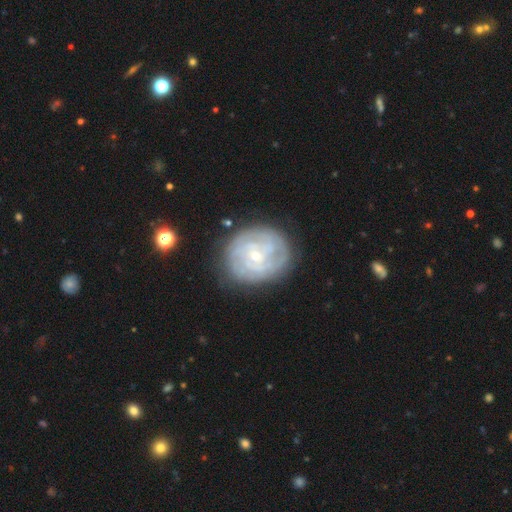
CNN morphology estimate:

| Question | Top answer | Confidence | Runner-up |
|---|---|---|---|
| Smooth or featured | featured or disk | 81% | smooth (13%) |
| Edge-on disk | no | 98% | yes (2%) |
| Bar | no | 65% | weak (29%) |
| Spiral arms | yes | 91% | no (9%) |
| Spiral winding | tight | 75% | medium (20%) |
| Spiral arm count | can't tell | 39% | 2 (17%) |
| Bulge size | small | 76% | moderate (20%) |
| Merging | none | 78% | minor disturbance (15%) |